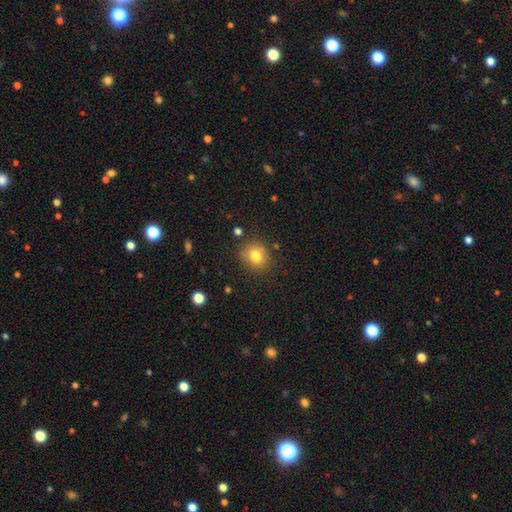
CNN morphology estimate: Smooth or featured?
  - smooth: 78% *
  - star or artifact: 12%
  - featured or disk: 10%
How rounded?
  - round: 73% *
  - in between: 26%
  - cigar-shaped: 1%
Merging?
  - none: 77% *
  - minor disturbance: 14%
  - merger: 4%
  - major disturbance: 4%